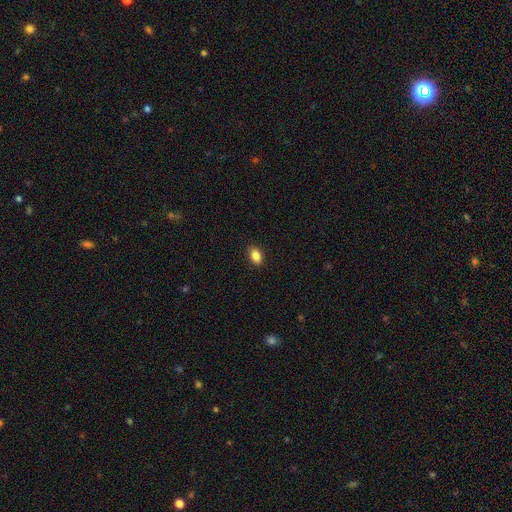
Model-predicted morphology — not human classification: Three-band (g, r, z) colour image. It shows a smooth galaxy with no disk features (86%) that is in between round and cigar-shaped (86%). Merging: none (88%).